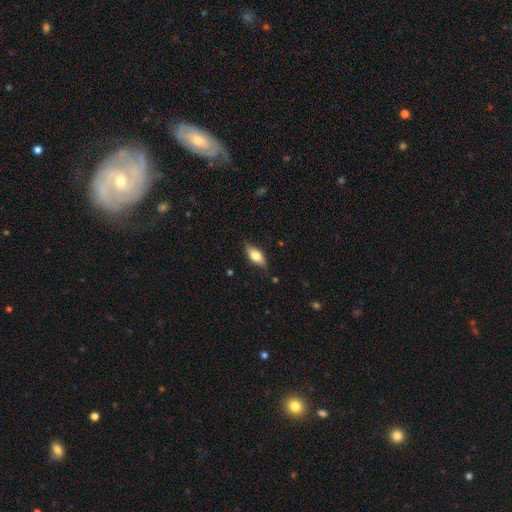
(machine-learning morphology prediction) Smooth or featured? Predicted: smooth (p=0.61). How rounded? Predicted: in between (p=0.79). Merging? Predicted: none (p=0.77).